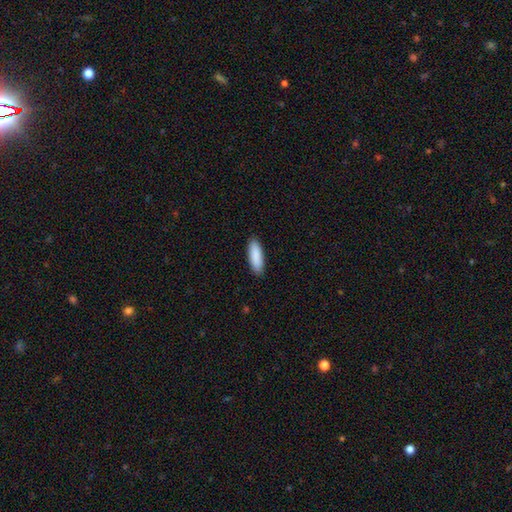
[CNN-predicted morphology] smooth 90%, star or artifact 5%, featured or disk 5%. Down the decision tree: how rounded — in between (55%); merging — none (90%).